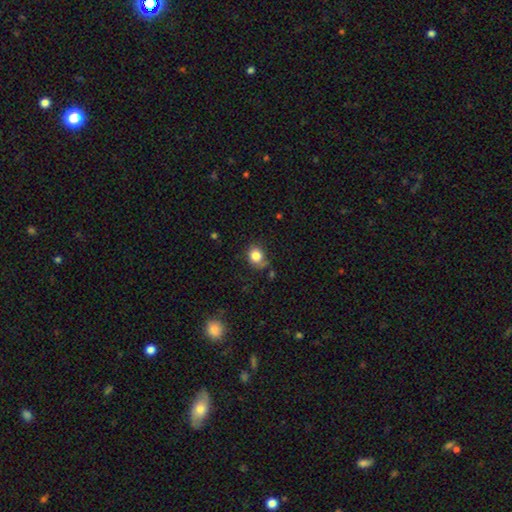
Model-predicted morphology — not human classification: A smooth galaxy with no disk features (83%) that is round (63%). Merging: none (64%).